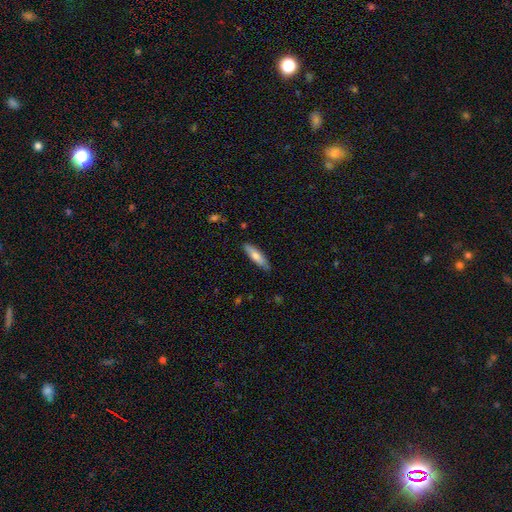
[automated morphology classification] The model was most divided on "how rounded": cigar-shaped: 66%, in between: 32%, round: 2%. More confident: merging — none (86%); smooth or featured — smooth (71%).